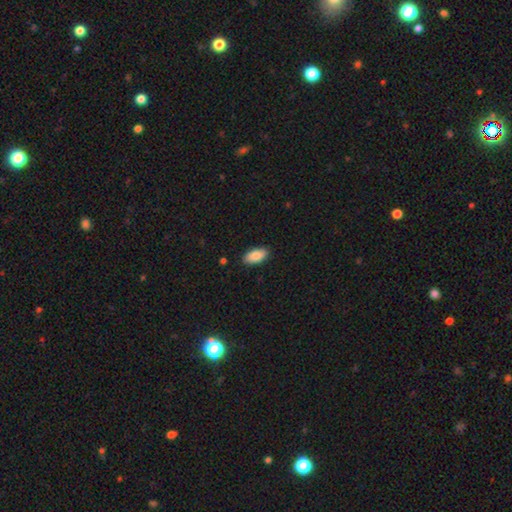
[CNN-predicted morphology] The model was most divided on "smooth or featured": smooth: 85%, featured or disk: 9%, star or artifact: 6%. More confident: how rounded — in between (93%); merging — none (88%).